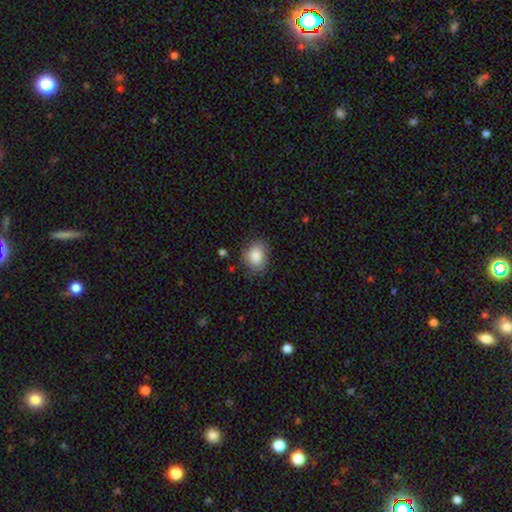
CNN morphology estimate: type=smooth (86%); roundness=in between (53%); merging=none (80%).